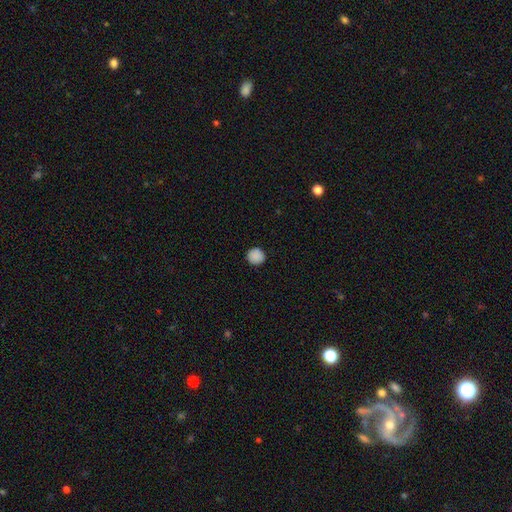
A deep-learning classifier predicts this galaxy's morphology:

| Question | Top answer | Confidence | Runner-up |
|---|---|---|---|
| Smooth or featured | smooth | 89% | star or artifact (9%) |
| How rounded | round | 93% | in between (6%) |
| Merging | none | 91% | minor disturbance (6%) |